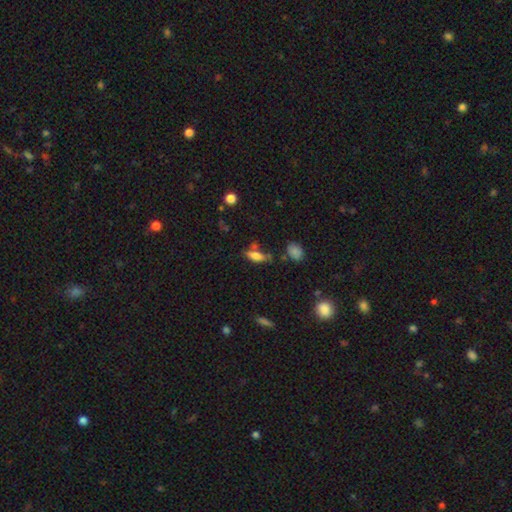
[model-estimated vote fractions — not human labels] Smooth or featured? Predicted: smooth (p=0.68). How rounded? Predicted: in between (p=0.61). Merging? Predicted: none (p=0.57).